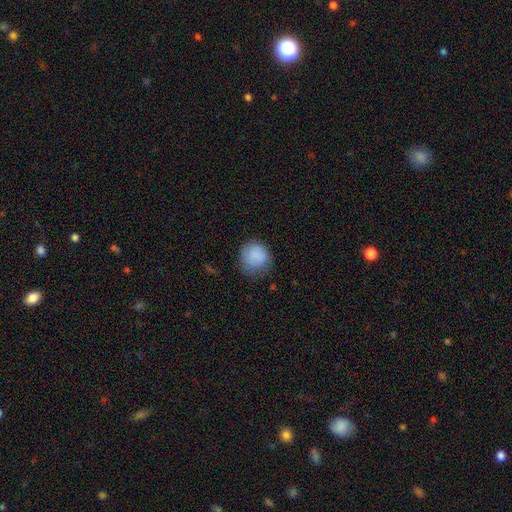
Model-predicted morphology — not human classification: A smooth galaxy with no disk features (86%) that is round (86%). Merging: none (72%).